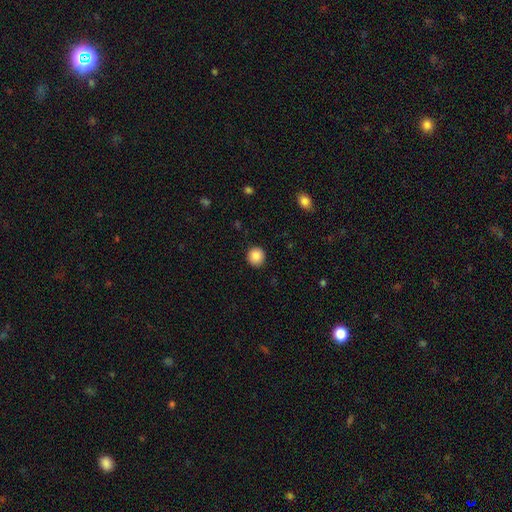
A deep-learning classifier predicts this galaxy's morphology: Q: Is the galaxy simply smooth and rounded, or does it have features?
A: smooth — 87%.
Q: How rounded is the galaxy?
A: round — 92%.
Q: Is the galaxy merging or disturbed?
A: none — 92%.